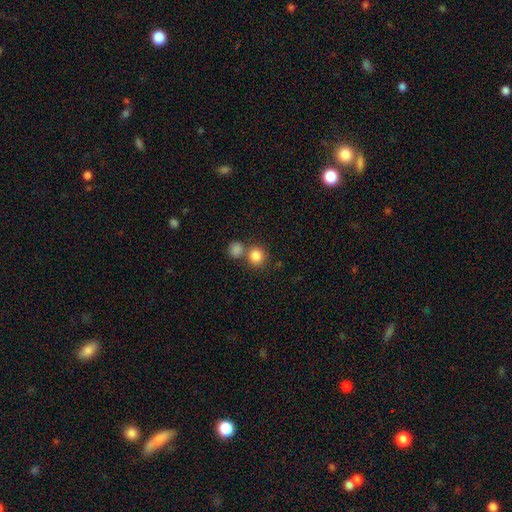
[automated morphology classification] The model was most divided on "merging": none: 60%, merger: 29%, minor disturbance: 7%, major disturbance: 3%. More confident: how rounded — round (90%); smooth or featured — smooth (84%).